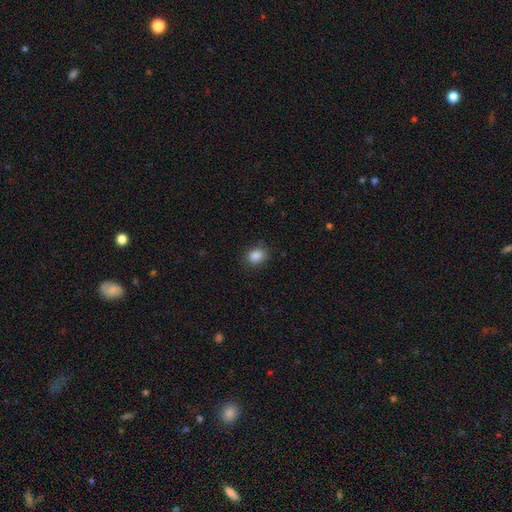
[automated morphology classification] smooth_or_featured: smooth (p=0.87) [alt: star or artifact p=0.09]
how_rounded: in between (p=0.58) [alt: round p=0.41]
merging: none (p=0.83) [alt: minor disturbance p=0.12]